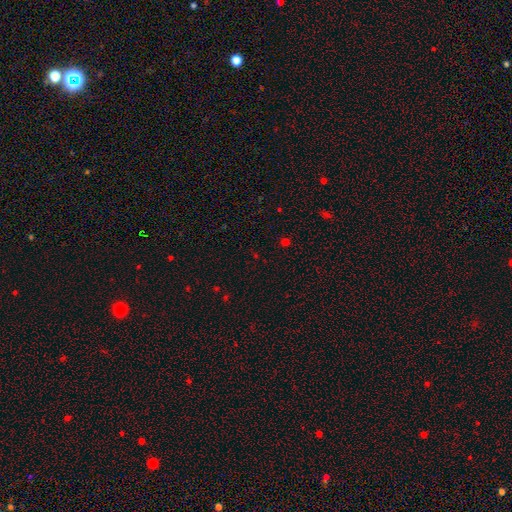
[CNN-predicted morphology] type=star or artifact (60%).